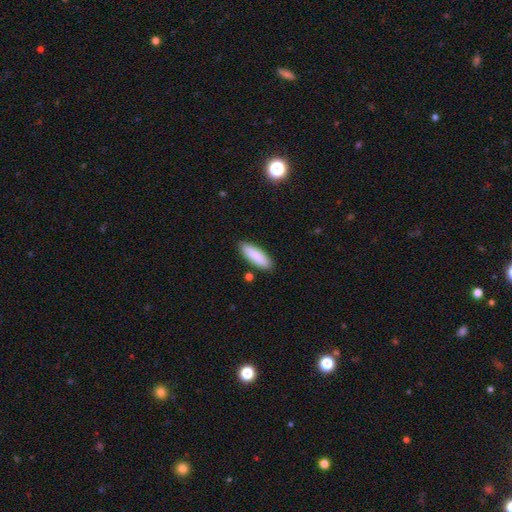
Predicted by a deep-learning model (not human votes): smooth 88%, featured or disk 6%, star or artifact 6%. Down the decision tree: how rounded — in between (53%); merging — none (86%).